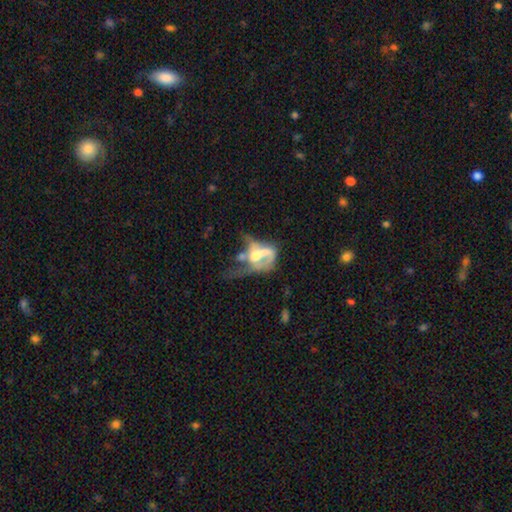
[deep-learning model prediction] The model was most divided on "merging": major disturbance: 46%, merger: 30%, none: 13%, minor disturbance: 11%. Remaining: edge-on disk — no (94%); spiral arms — no (63%); smooth or featured — featured or disk (61%); bar — no (58%); bulge size — moderate (48%).